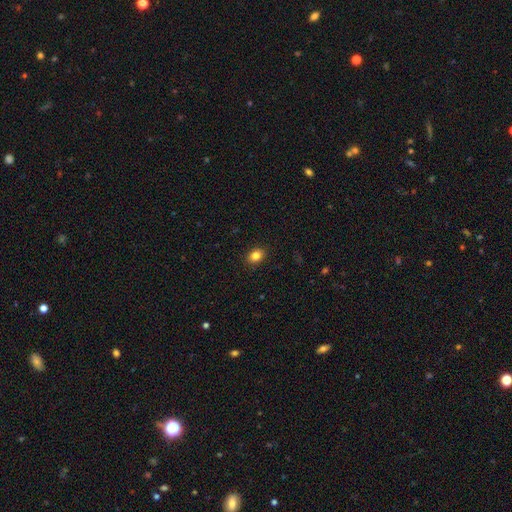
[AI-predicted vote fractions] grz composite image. It shows a smooth galaxy with no disk features (84%) that is in between round and cigar-shaped (61%). Merging: none (90%).